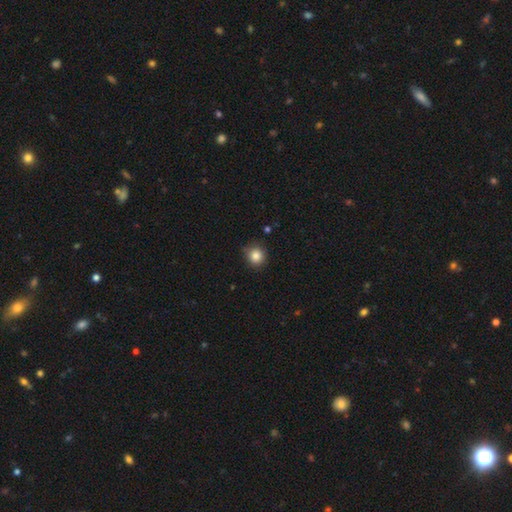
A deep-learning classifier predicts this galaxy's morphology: smooth_or_featured: smooth (p=0.84) [alt: star or artifact p=0.11]
how_rounded: round (p=0.91) [alt: in between p=0.08]
merging: none (p=0.84) [alt: minor disturbance p=0.12]